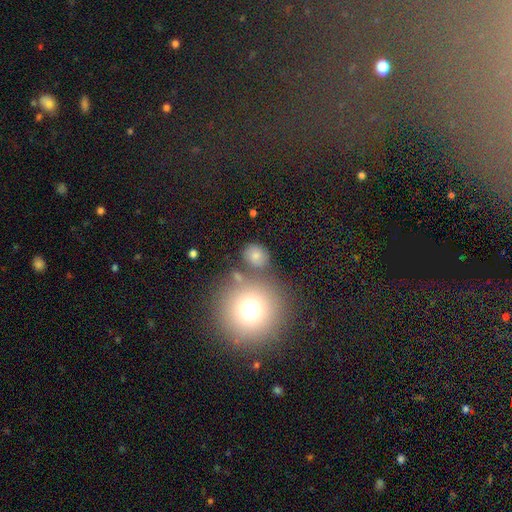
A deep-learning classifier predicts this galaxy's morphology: The model was most divided on "how rounded": round: 67%, in between: 32%, cigar-shaped: 1%. More confident: smooth or featured — smooth (72%); merging — none (69%).